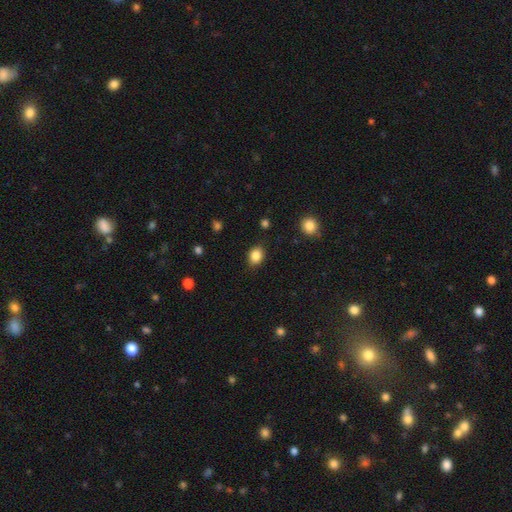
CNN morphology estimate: Q: Smooth or featured?
A: smooth (86%); runner-up: star or artifact (9%)
Q: How rounded?
A: in between (52%); runner-up: round (47%)
Q: Merging?
A: none (86%); runner-up: minor disturbance (10%)